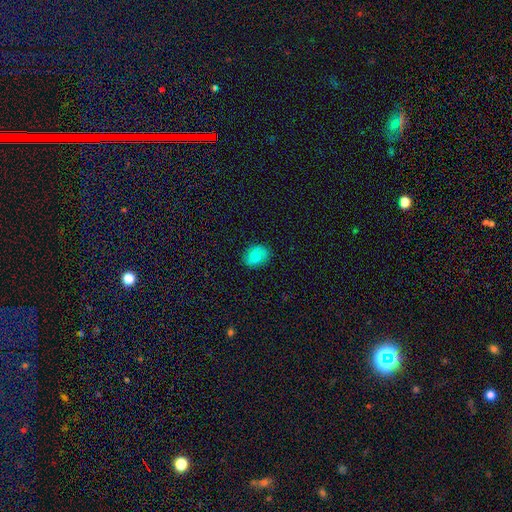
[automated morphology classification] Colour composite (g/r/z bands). It shows a smooth galaxy with no disk features (74%) that is in between round and cigar-shaped (64%). Merging: none (81%).